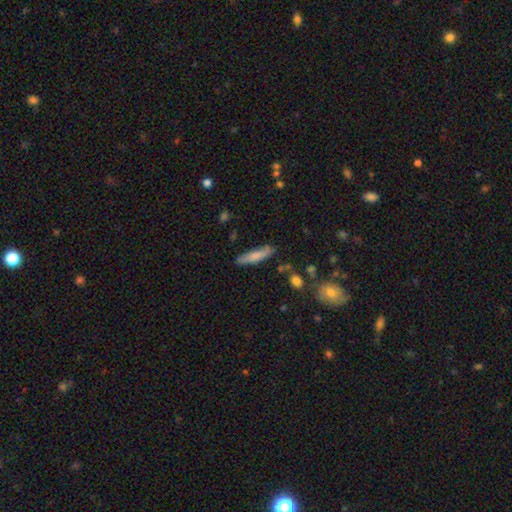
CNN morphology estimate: smooth 75%, featured or disk 18%, star or artifact 6%. Down the decision tree: how rounded — cigar-shaped (79%); merging — none (77%).